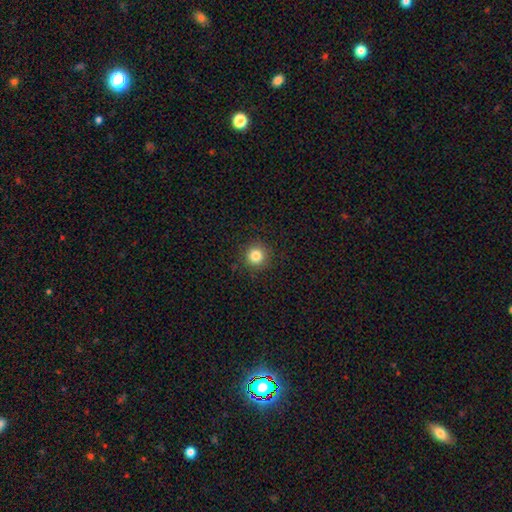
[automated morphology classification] smooth 83%, star or artifact 12%, featured or disk 5%. Down the decision tree: how rounded — round (95%); merging — none (91%).